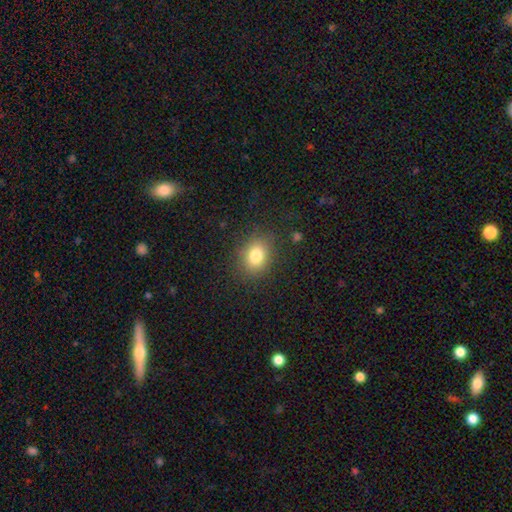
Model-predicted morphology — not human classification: This appears to be a smooth galaxy with no disk features (80%) that is round (52%). Merging: none (84%).